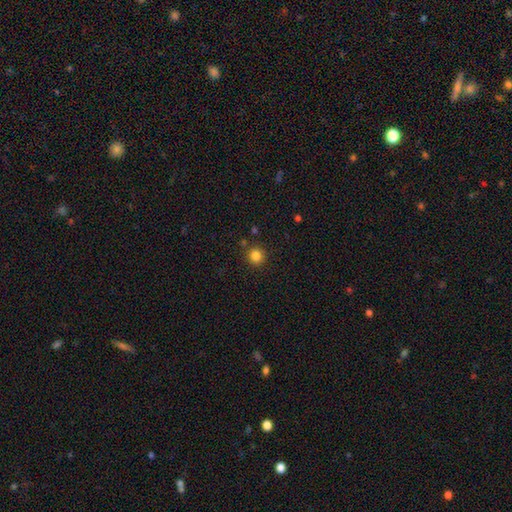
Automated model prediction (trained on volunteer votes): Smooth or featured? smooth (83%)
How rounded? round (94%)
Merging? none (87%)